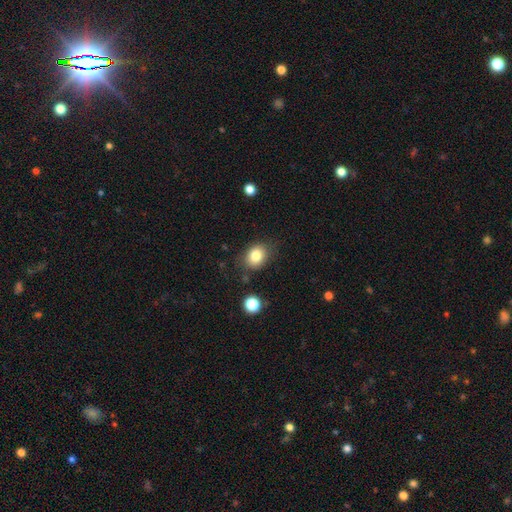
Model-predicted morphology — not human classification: Smooth or featured? Predicted: smooth (p=0.82). How rounded? Predicted: in between (p=0.53). Merging? Predicted: none (p=0.80).